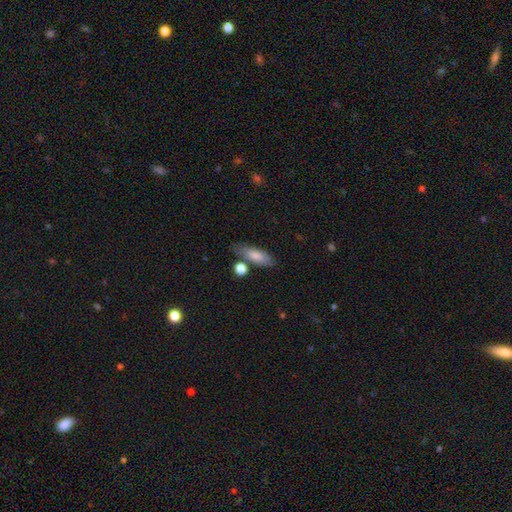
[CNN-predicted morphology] Smooth or featured: smooth — 81% (featured or disk — 13%)
How rounded: in between — 64% (cigar-shaped — 33%)
Merging: none — 69% (minor disturbance — 17%)